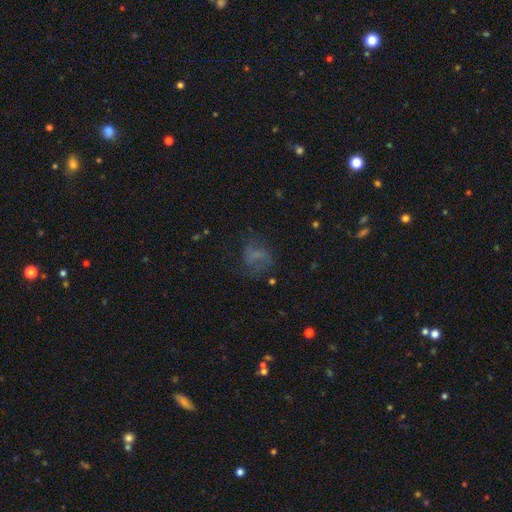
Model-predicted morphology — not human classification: Overall: smooth (46%; featured or disk 35%). Merging: none (49%; major disturbance 27%).